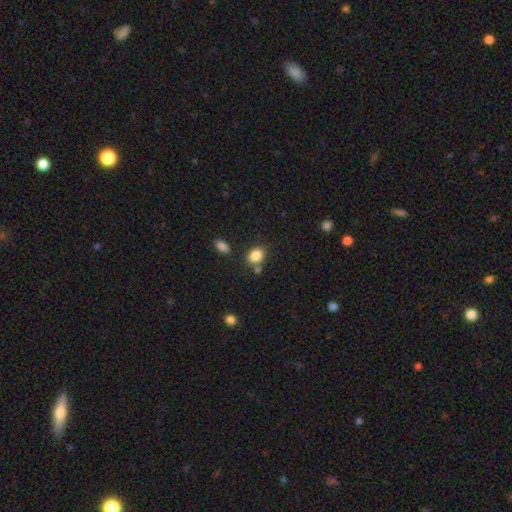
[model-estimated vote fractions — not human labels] smooth-or-featured: smooth: 85% | star or artifact: 10% | featured or disk: 5%
  how-rounded: in between: 61% | round: 38% | cigar-shaped: 1%
  merging: none: 70% | merger: 14% | minor disturbance: 13% | major disturbance: 4%